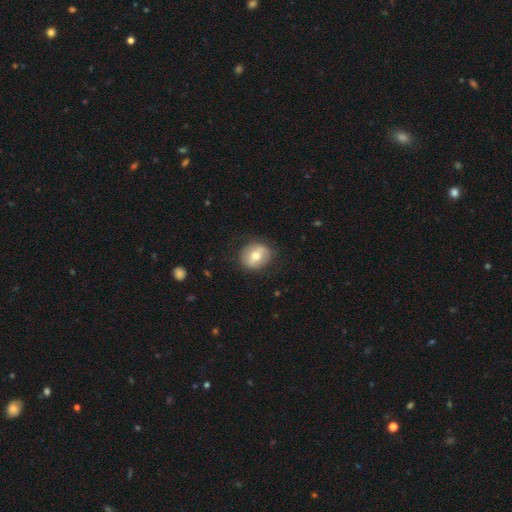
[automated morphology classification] Smooth or featured? smooth (62%)
How rounded? round (61%)
Merging? none (81%)